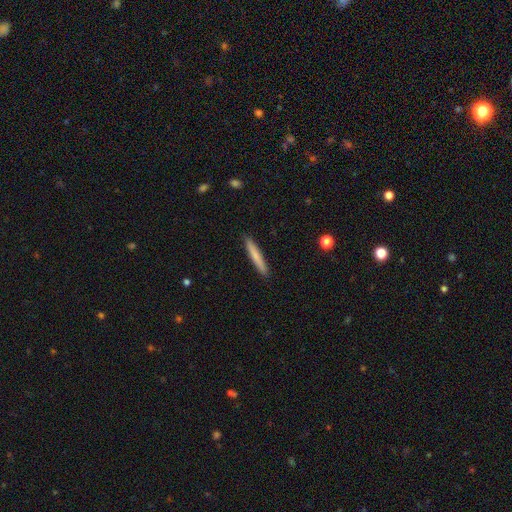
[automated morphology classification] Overall: smooth (75%). How rounded: cigar-shaped (95%). Merging: none (92%).